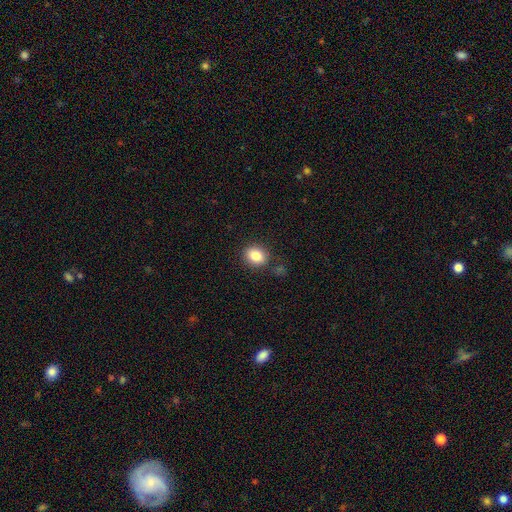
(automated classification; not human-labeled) Morphology: type=smooth (83%); roundness=round (62%); merging=none (84%).